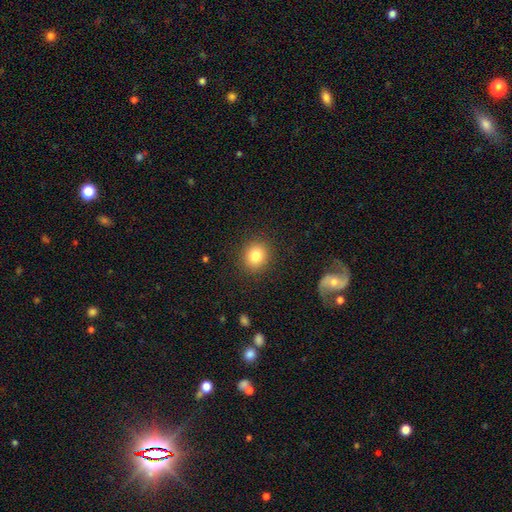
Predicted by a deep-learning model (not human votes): The model was most divided on "how rounded": round: 79%, in between: 20%, cigar-shaped: 1%. More confident: merging — none (90%); smooth or featured — smooth (81%).